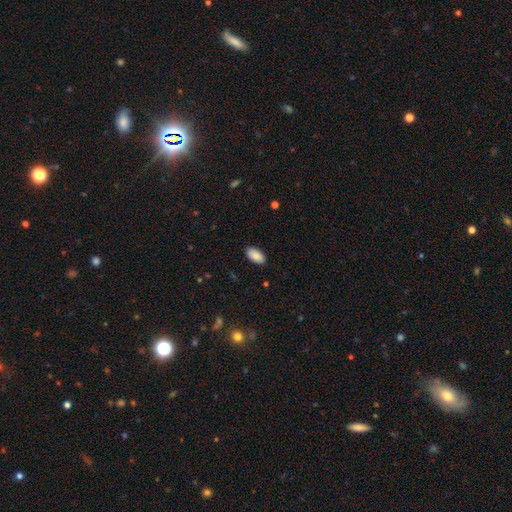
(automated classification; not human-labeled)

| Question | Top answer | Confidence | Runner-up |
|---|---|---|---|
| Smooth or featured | smooth | 88% | star or artifact (7%) |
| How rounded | in between | 95% | cigar-shaped (3%) |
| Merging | none | 88% | minor disturbance (9%) |